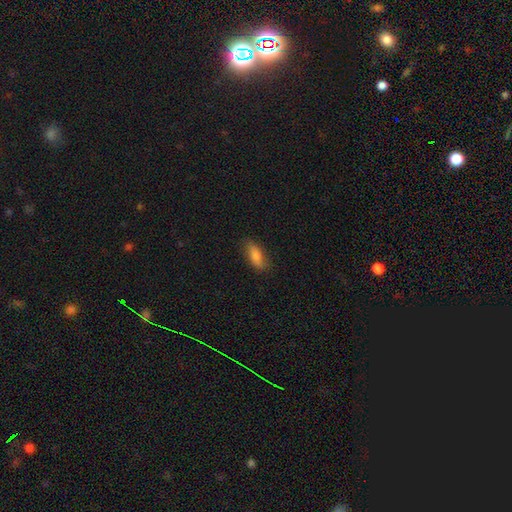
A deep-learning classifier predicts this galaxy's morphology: smooth 78%, featured or disk 14%, star or artifact 7%. Down the decision tree: how rounded — in between (77%); merging — none (78%).